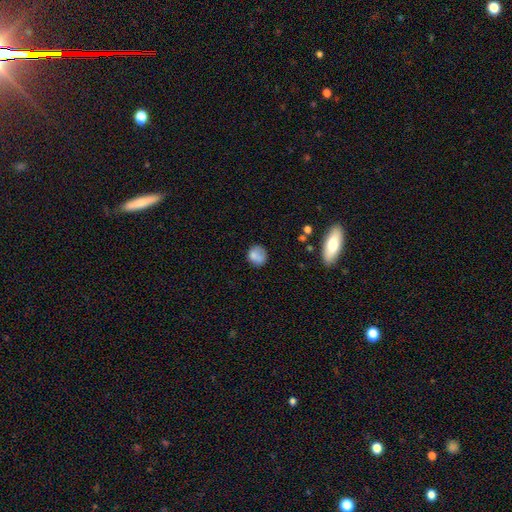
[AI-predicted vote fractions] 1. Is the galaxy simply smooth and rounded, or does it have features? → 78% smooth, 13% featured or disk, 10% star or artifact.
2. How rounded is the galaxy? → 75% round, 24% in between, 1% cigar-shaped.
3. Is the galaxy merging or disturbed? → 63% none, 22% minor disturbance, 8% major disturbance, 8% merger.